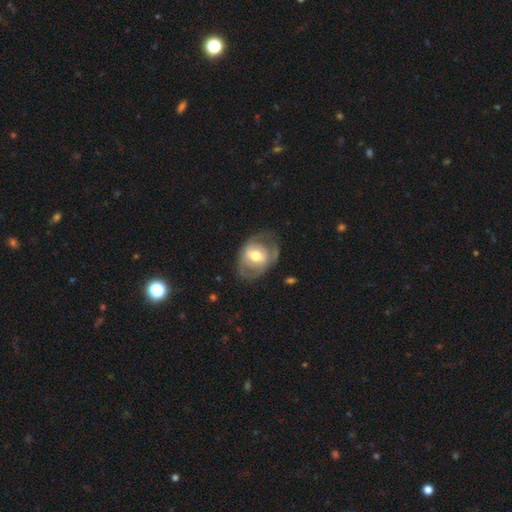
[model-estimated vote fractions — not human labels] This is possibly a featured or disk galaxy (60%). It is clearly not viewed edge-on (94%). Bar: marginally no (39%). Spiral arm pattern: possibly no (52%). Central bulge: likely moderate (70%). Merging: possibly none (57%).